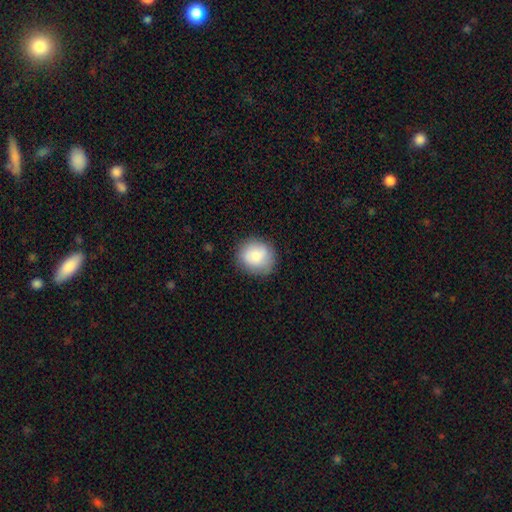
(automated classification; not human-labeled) smooth 84%, featured or disk 9%, star or artifact 7%. Down the decision tree: how rounded — round (82%); merging — none (83%).